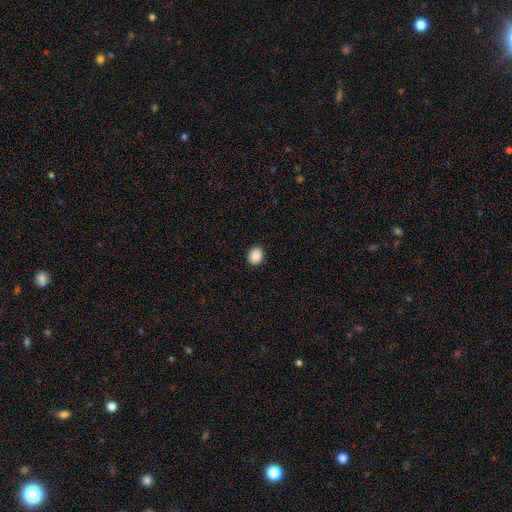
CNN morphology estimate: Smooth or featured? Predicted: smooth (p=0.89). How rounded? Predicted: round (p=0.67). Merging? Predicted: none (p=0.91).